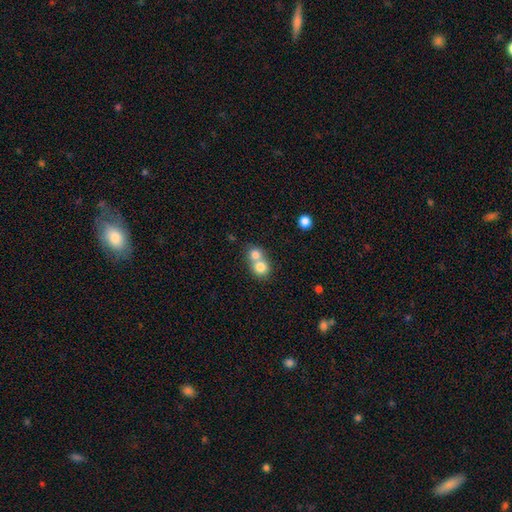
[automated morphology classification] A smooth galaxy with no disk features (78%) that is round (81%). Merging: merger (65%).